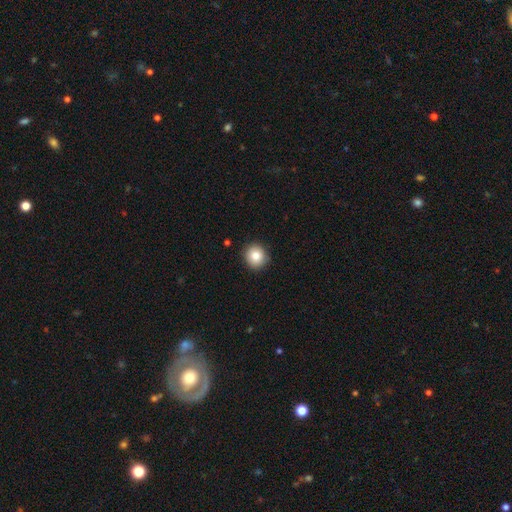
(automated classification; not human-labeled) Smooth or featured?
  - smooth: 83% *
  - star or artifact: 9%
  - featured or disk: 8%
How rounded?
  - round: 92% *
  - in between: 7%
  - cigar-shaped: 1%
Merging?
  - none: 90% *
  - minor disturbance: 8%
  - major disturbance: 2%
  - merger: 1%